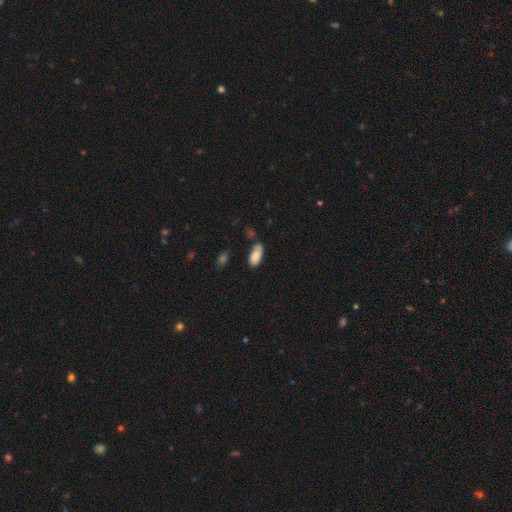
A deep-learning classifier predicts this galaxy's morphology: smooth-or-featured: smooth: 79% | featured or disk: 13% | star or artifact: 8%
  how-rounded: in between: 90% | cigar-shaped: 7% | round: 3%
  merging: none: 53% | minor disturbance: 28% | merger: 11% | major disturbance: 9%